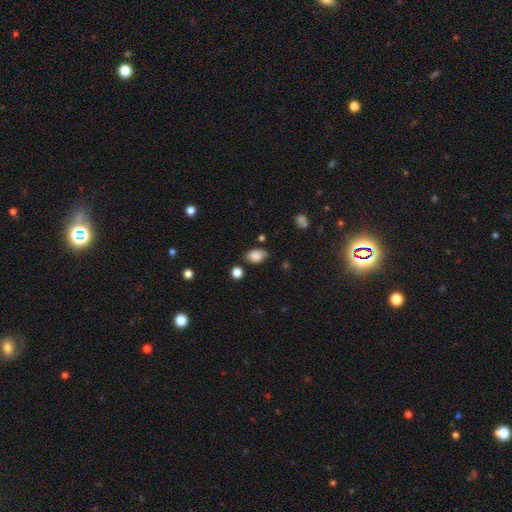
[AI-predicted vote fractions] Smooth or featured? Predicted: smooth (p=0.82). How rounded? Predicted: in between (p=0.83). Merging? Predicted: none (p=0.66).